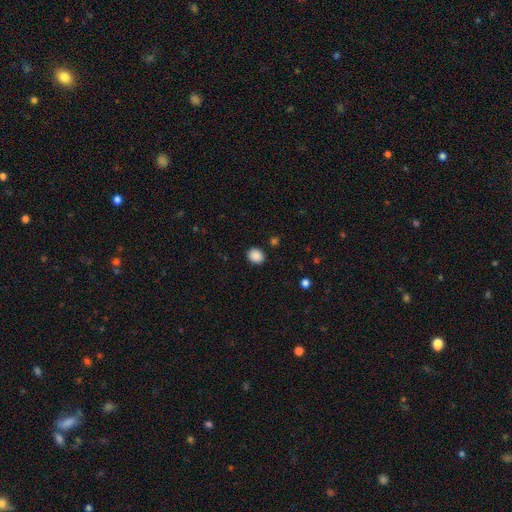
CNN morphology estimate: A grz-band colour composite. It shows a smooth galaxy with no disk features (89%) that is round (60%). Merging: none (89%).